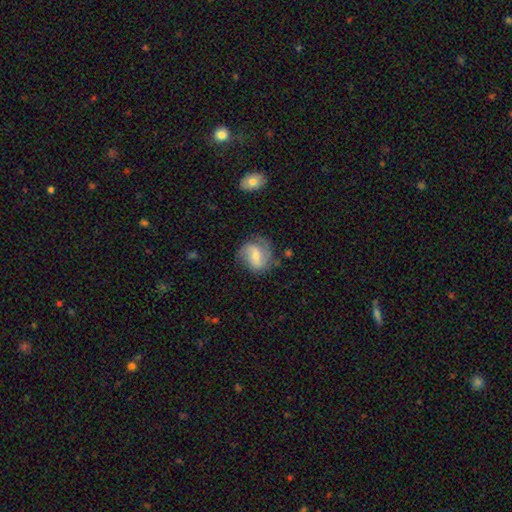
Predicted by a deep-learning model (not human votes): A featured or disk galaxy (60%) with a weak bar (48%), spiral arms (85%) and a moderate central bulge (47%). Merging: none (64%).